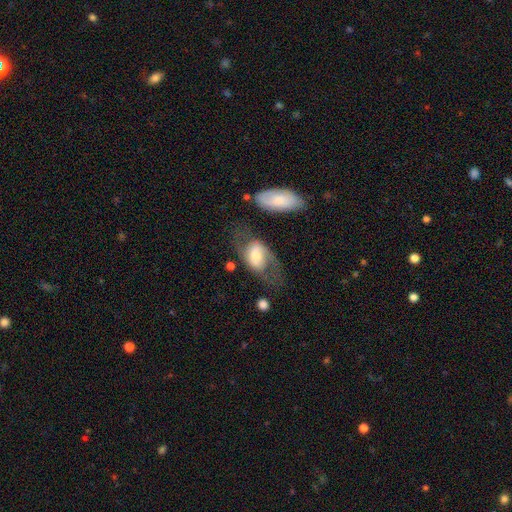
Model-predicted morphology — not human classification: Smooth or featured?
  - featured or disk: 54% *
  - smooth: 40%
  - star or artifact: 6%
Edge-on disk?
  - no: 92% *
  - yes: 8%
Merging?
  - none: 49% *
  - major disturbance: 22%
  - minor disturbance: 21%
  - merger: 8%